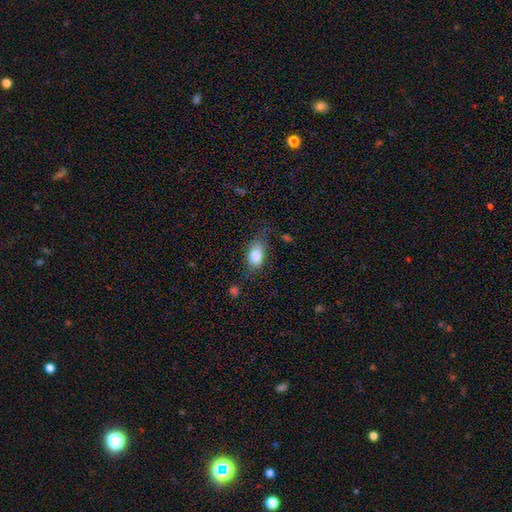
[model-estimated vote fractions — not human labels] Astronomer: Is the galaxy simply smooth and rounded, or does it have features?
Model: smooth — 82%.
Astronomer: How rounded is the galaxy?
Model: in between — 85%.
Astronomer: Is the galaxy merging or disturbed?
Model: none — 67%.